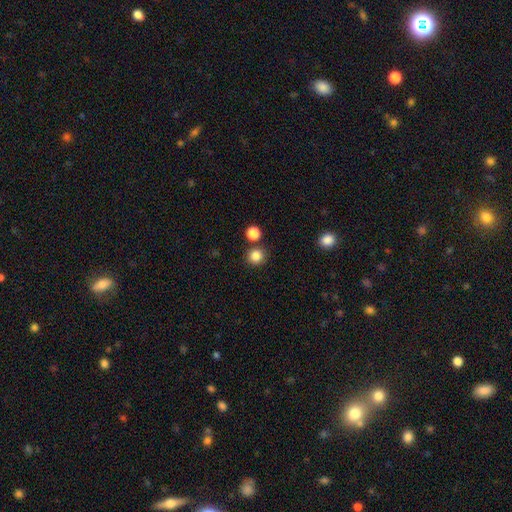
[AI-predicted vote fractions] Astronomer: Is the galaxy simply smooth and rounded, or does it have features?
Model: smooth — 84%.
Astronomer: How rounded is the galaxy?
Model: round — 92%.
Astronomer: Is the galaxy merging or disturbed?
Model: none — 81%.